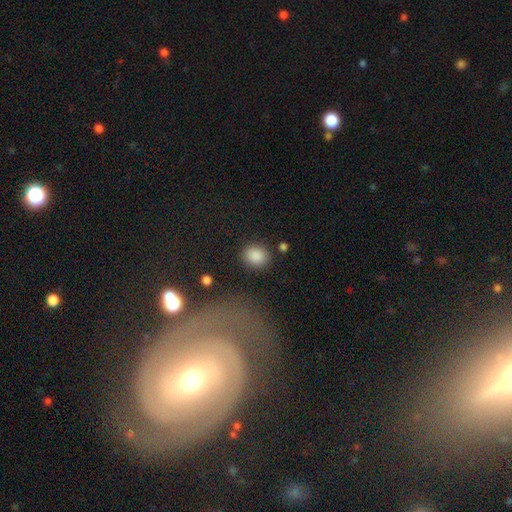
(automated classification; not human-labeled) This appears to be a smooth galaxy with no disk features (88%) that is round (65%). Merging: none (84%).